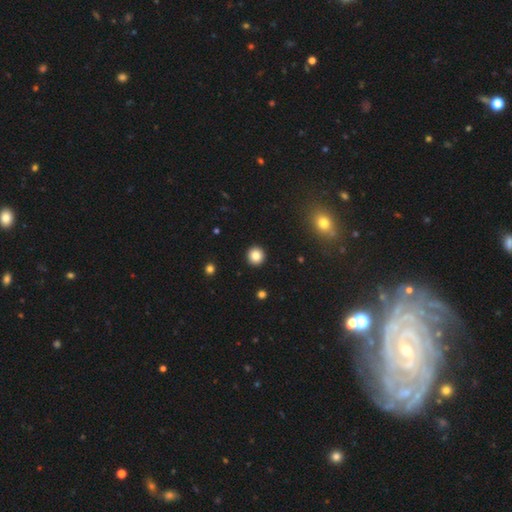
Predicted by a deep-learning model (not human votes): smooth-or-featured: smooth: 85% | star or artifact: 10% | featured or disk: 5%
  how-rounded: round: 94% | in between: 5% | cigar-shaped: 1%
  merging: none: 93% | minor disturbance: 4% | major disturbance: 2% | merger: 1%